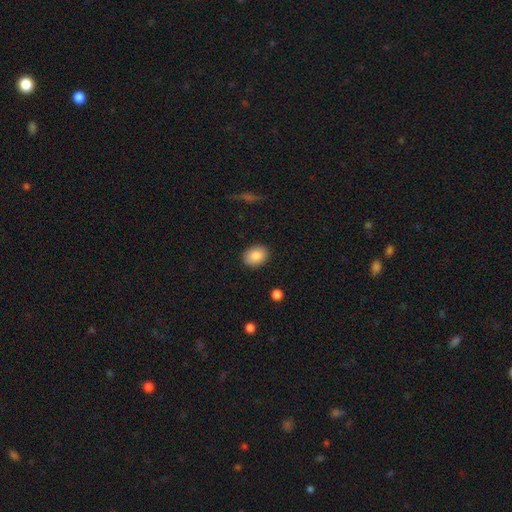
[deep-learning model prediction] This is clearly a smooth galaxy (86%). How rounded: likely in between (67%). Merging: clearly none (89%).